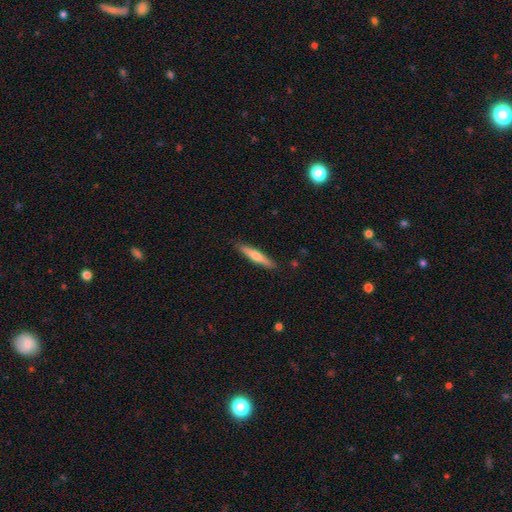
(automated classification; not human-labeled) Smooth or featured? smooth (52%)
How rounded? cigar-shaped (92%)
Merging? none (89%)